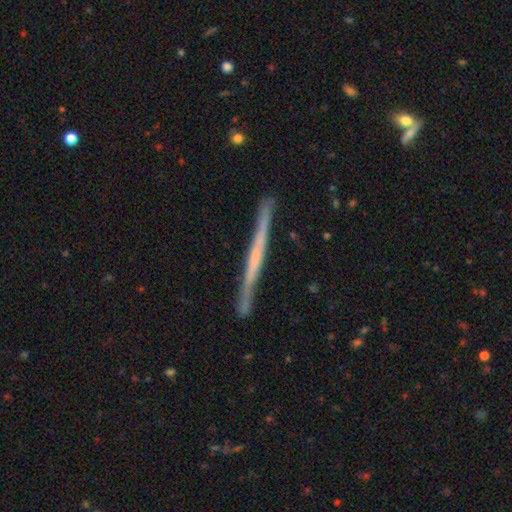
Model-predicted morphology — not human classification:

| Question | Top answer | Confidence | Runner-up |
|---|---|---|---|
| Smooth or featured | featured or disk | 64% | smooth (30%) |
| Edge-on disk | yes | 97% | no (3%) |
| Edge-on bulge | none | 78% | rounded (12%) |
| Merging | none | 88% | minor disturbance (9%) |